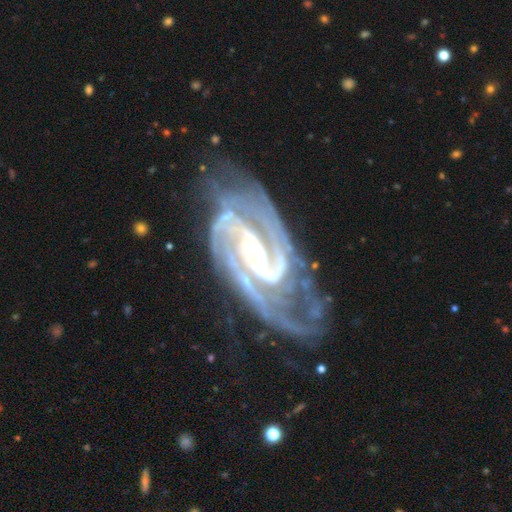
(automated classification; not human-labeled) Smooth or featured? featured or disk (94%)
Edge-on disk? no (97%)
Bar? weak (36%)
Spiral arms? yes (99%)
Spiral winding? tight (51%)
Spiral arm count? 2 (61%)
Bulge size? small (59%)
Merging? none (65%)